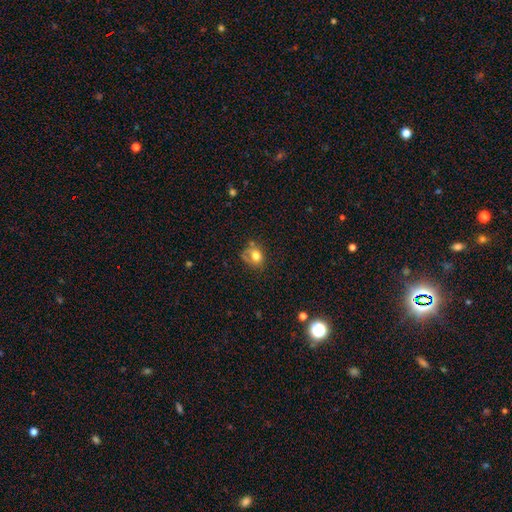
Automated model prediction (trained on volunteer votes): Smooth or featured? Predicted: smooth (p=0.72). How rounded? Predicted: round (p=0.55). Merging? Predicted: none (p=0.46).